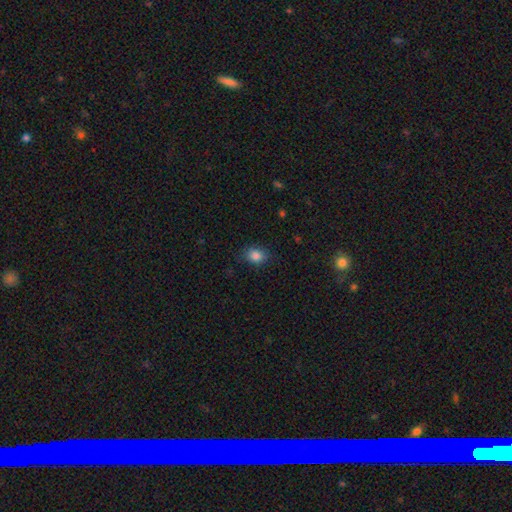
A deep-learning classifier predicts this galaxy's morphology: Smooth or featured: smooth — 85% (star or artifact — 10%)
How rounded: in between — 52% (round — 47%)
Merging: none — 82% (minor disturbance — 14%)